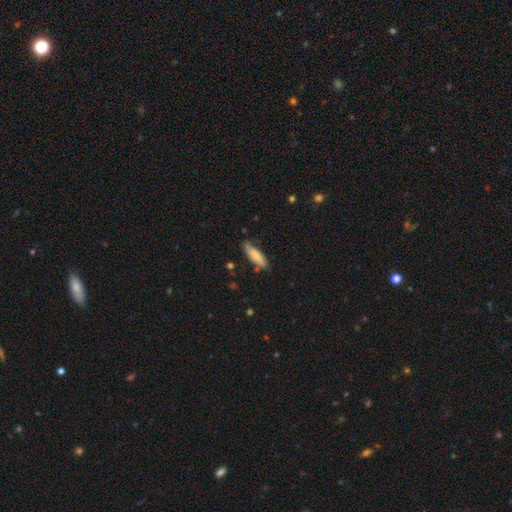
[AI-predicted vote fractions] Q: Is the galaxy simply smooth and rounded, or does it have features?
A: smooth — 77%.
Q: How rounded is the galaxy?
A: cigar-shaped — 55%.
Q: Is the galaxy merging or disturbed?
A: none — 68%.